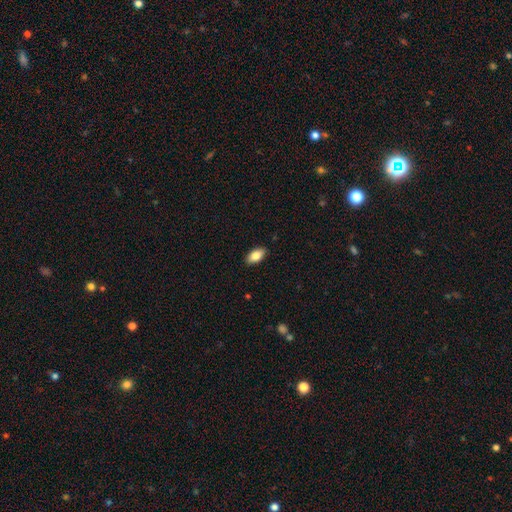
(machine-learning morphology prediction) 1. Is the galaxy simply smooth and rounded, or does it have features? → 82% smooth, 11% featured or disk, 7% star or artifact.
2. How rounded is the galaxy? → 92% in between, 5% cigar-shaped, 3% round.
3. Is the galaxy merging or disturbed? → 89% none, 8% minor disturbance, 2% major disturbance, 1% merger.